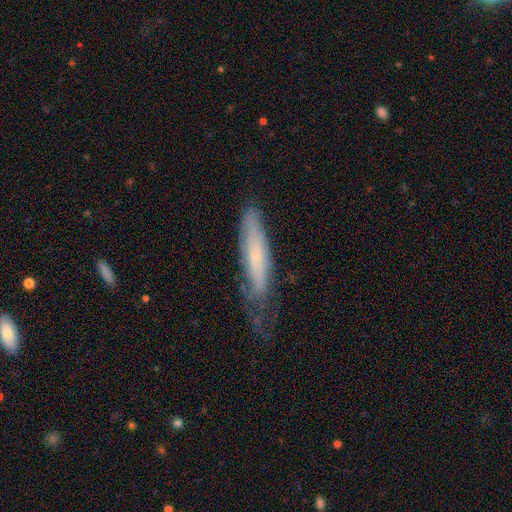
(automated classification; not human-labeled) This appears to be a smooth galaxy with no disk features (47%). Merging: none (43%).